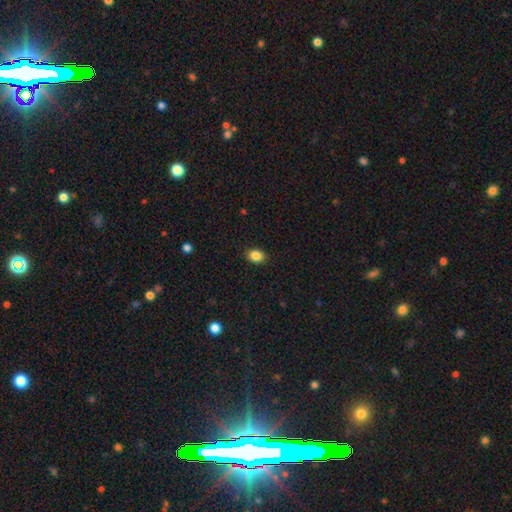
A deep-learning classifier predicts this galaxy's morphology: smooth 86%, star or artifact 10%, featured or disk 5%. Down the decision tree: how rounded — in between (61%); merging — none (90%).